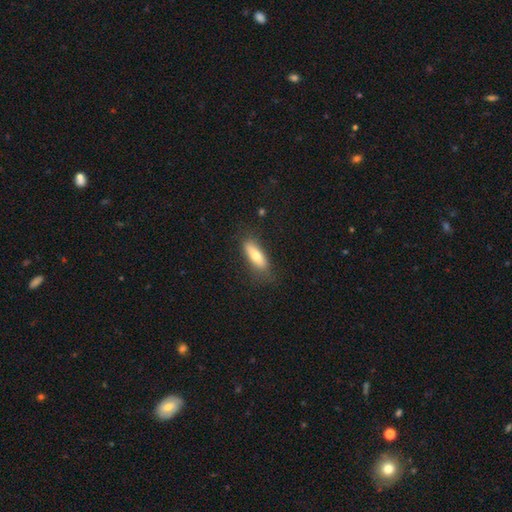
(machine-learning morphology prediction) This is likely a smooth galaxy (72%). How rounded: possibly in between (54%). Merging: likely none (76%).